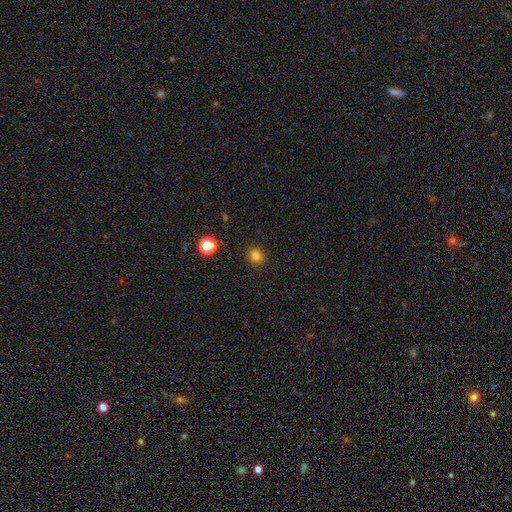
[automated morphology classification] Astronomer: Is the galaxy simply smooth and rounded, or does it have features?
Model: smooth — 81%.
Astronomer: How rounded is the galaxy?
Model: round — 92%.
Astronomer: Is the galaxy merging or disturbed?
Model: none — 90%.